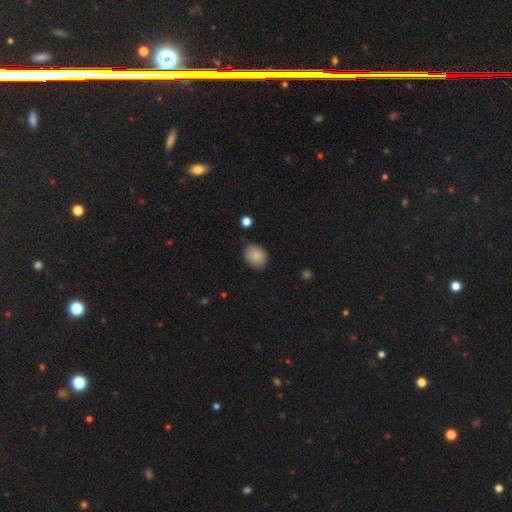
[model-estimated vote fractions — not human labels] This appears to be a smooth galaxy with no disk features (86%) that is round (52%). Merging: none (78%).